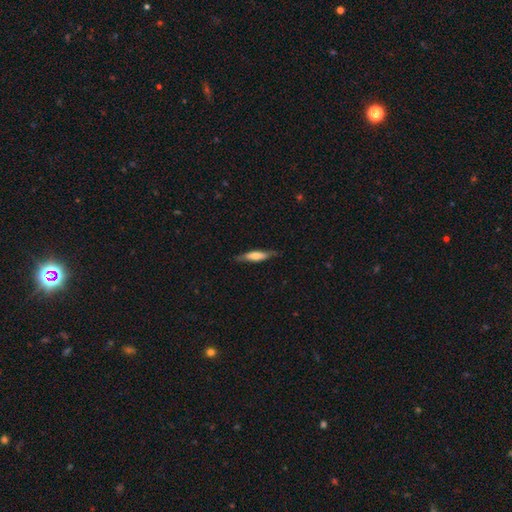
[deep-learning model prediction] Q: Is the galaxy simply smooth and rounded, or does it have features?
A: smooth — 57%.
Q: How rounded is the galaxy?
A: cigar-shaped — 73%.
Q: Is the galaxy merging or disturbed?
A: none — 79%.